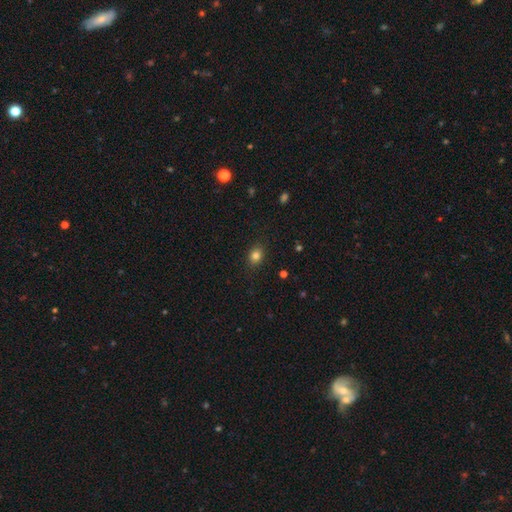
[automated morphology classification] A smooth galaxy with no disk features (82%) that is in between round and cigar-shaped (51%). Merging: none (87%).